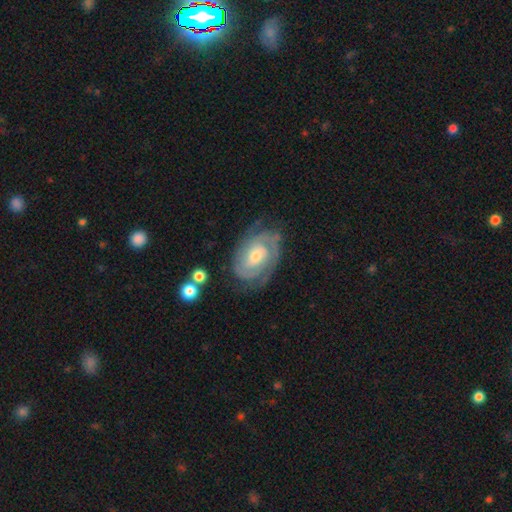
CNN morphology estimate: featured or disk 87%, smooth 8%, star or artifact 5%. Down the decision tree: edge-on disk — no (97%); bar — no (59%); spiral arms — yes (96%); spiral arm count — 2 (55%); spiral winding — tight (72%); bulge size — moderate (57%); merging — none (73%).